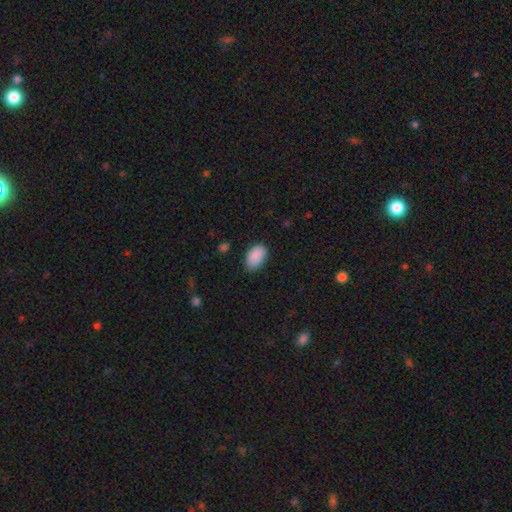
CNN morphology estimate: Smooth or featured? Predicted: smooth (p=0.90). How rounded? Predicted: in between (p=0.92). Merging? Predicted: none (p=0.79).